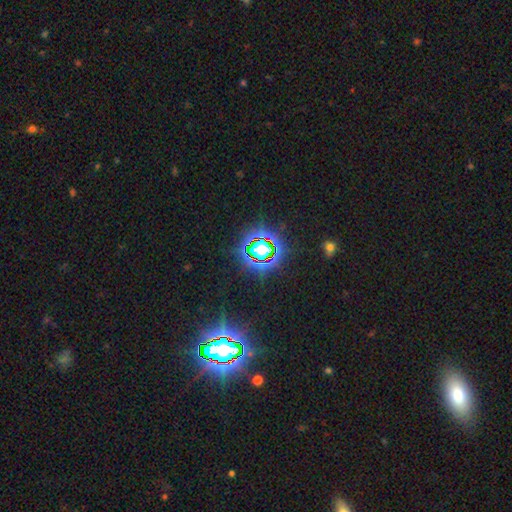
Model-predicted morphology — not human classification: Q: Smooth or featured?
A: star or artifact (81%); runner-up: smooth (12%)